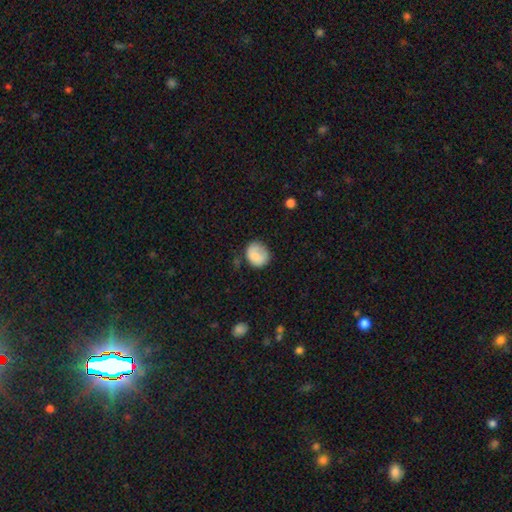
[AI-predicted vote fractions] Q: Smooth or featured?
A: smooth (80%); runner-up: featured or disk (12%)
Q: How rounded?
A: round (69%); runner-up: in between (30%)
Q: Merging?
A: none (61%); runner-up: minor disturbance (26%)